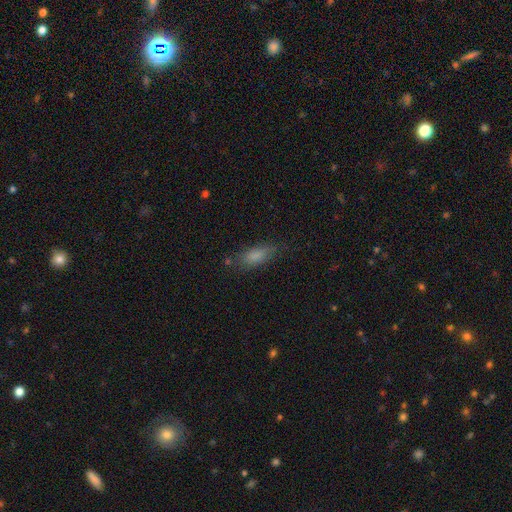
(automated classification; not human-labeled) Smooth or featured? Predicted: smooth (p=0.81). How rounded? Predicted: in between (p=0.70). Merging? Predicted: none (p=0.73).